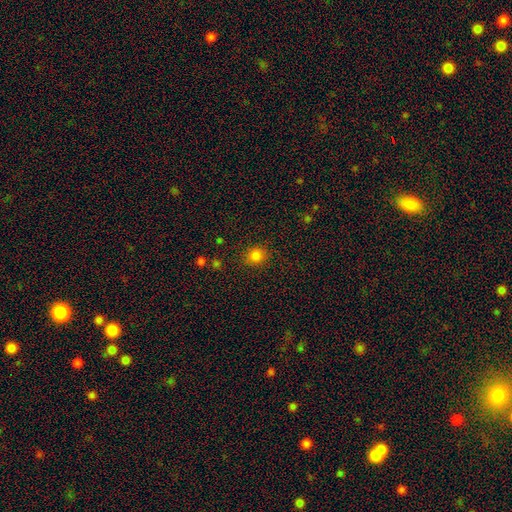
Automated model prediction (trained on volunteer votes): Morphology: type=smooth (83%); roundness=round (80%); merging=none (87%).